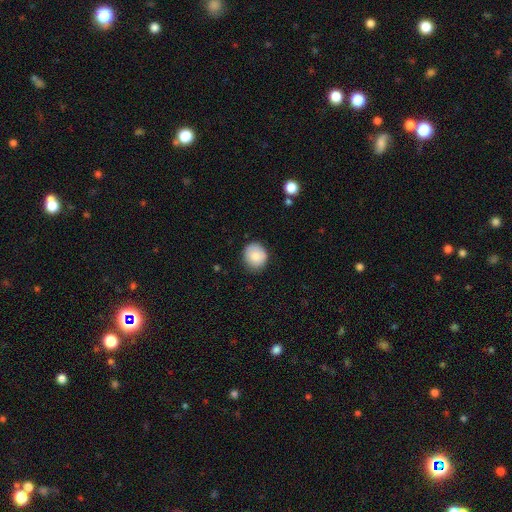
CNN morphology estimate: A smooth galaxy with no disk features (83%) that is round (78%).

Vote fractions:
- Smooth or featured? smooth: 83% / featured or disk: 9% / star or artifact: 8%
- How rounded? round: 78% / in between: 22% / cigar-shaped: 1%
- Merging? none: 81% / minor disturbance: 15% / major disturbance: 3% / merger: 1%